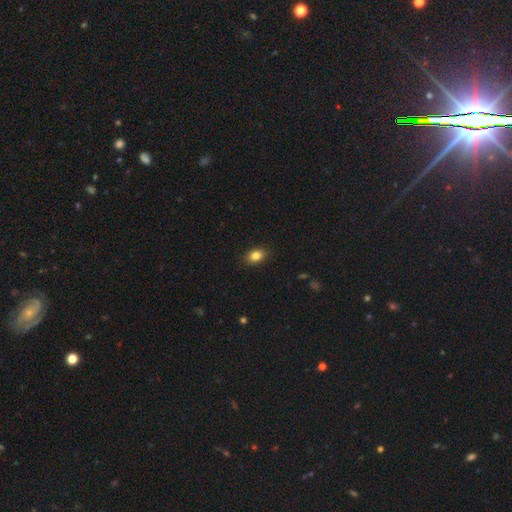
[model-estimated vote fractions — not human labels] The model was most divided on "how rounded": in between: 76%, round: 22%, cigar-shaped: 1%. More confident: merging — none (88%); smooth or featured — smooth (84%).